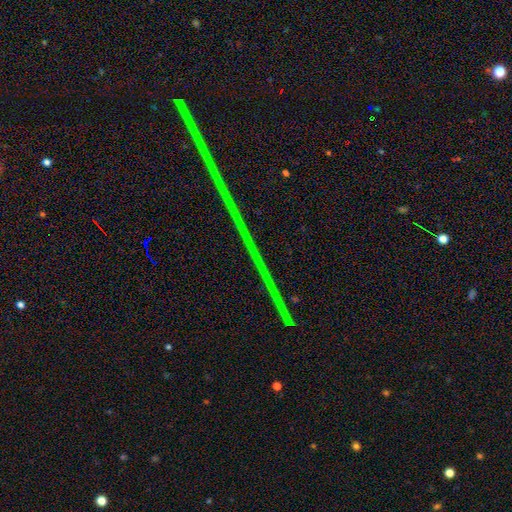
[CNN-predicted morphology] Smooth or featured: star or artifact — 87% (featured or disk — 7%)